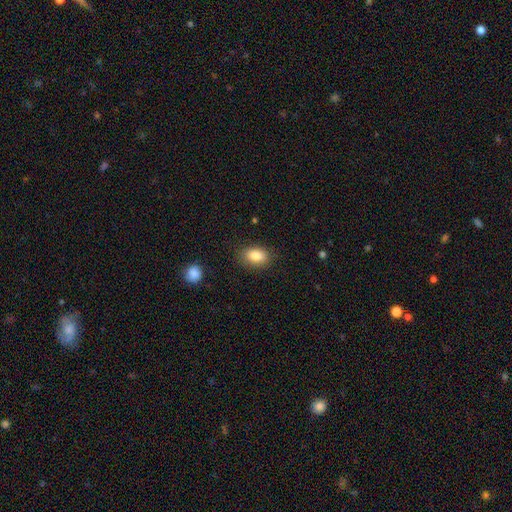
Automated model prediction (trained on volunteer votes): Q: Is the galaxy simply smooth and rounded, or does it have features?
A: smooth — 85%.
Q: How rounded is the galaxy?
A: in between — 85%.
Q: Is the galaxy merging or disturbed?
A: none — 84%.